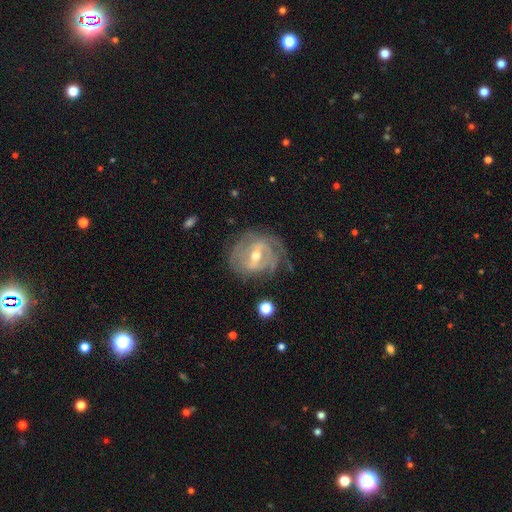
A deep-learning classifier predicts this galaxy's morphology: A featured or disk galaxy (85%) with a strong bar (45%), tight (59%) spiral arms (85%) and a moderate central bulge (64%).

Vote fractions:
- Smooth or featured? featured or disk: 85% / smooth: 9% / star or artifact: 6%
- Edge-on disk? no: 95% / yes: 5%
- Bar? strong: 45% / weak: 41% / no: 14%
- Spiral arms? yes: 85% / no: 15%
- Spiral winding? tight: 59% / medium: 30% / loose: 11%
- Spiral arm count? can't tell: 35% / 2: 34% / 3: 16% / 1: 6% / 4: 5% / more than 4: 3%
- Bulge size? moderate: 64% / small: 31% / large: 3% / none: 1% / dominant: 1%
- Merging? none: 66% / minor disturbance: 21% / major disturbance: 12% / merger: 2%